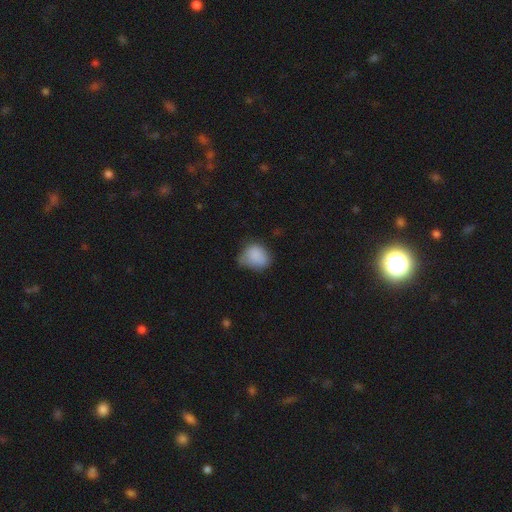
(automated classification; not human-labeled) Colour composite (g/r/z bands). It shows a smooth galaxy with no disk features (82%) that is in between round and cigar-shaped (51%). Merging: none (43%).